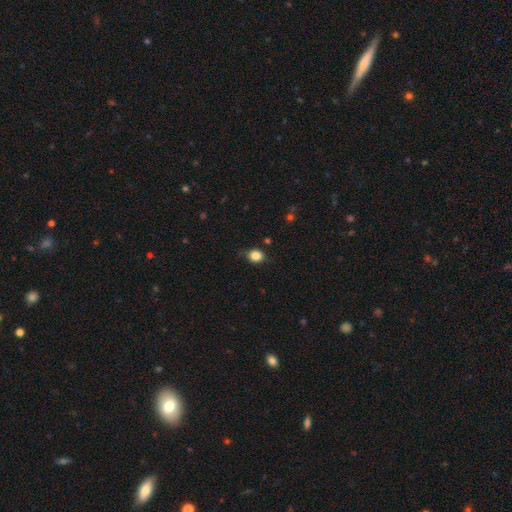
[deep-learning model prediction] Morphology: type=smooth (85%); roundness=round (62%); merging=none (79%).